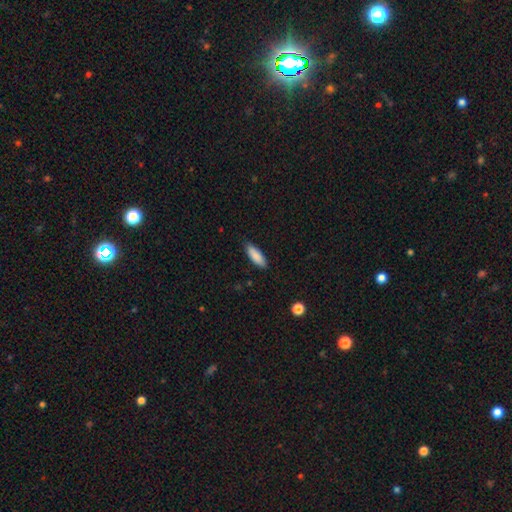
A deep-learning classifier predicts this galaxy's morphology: smooth_or_featured: smooth (p=0.88) [alt: featured or disk p=0.06]
how_rounded: in between (p=0.63) [alt: cigar-shaped p=0.35]
merging: none (p=0.85) [alt: minor disturbance p=0.12]